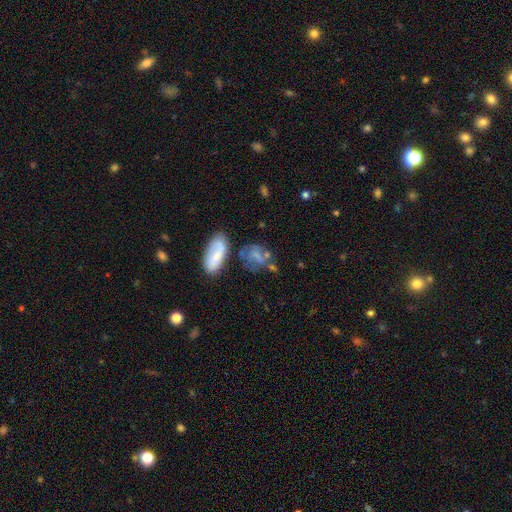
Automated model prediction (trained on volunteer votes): A smooth galaxy with no disk features (55%) that is in between round and cigar-shaped (64%). Merging: none (41%).